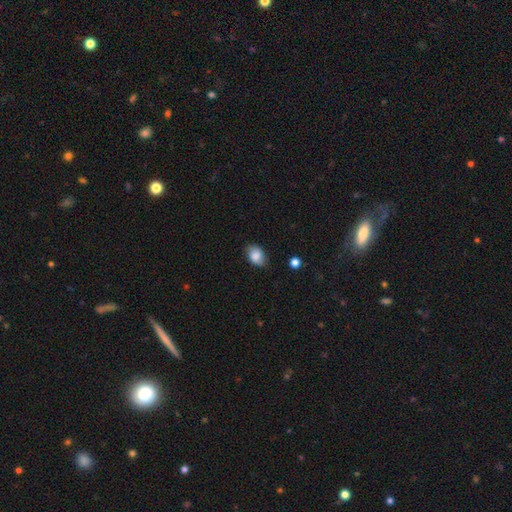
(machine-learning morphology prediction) Smooth or featured?
  - smooth: 81% *
  - featured or disk: 11%
  - star or artifact: 8%
How rounded?
  - in between: 80% *
  - round: 19%
  - cigar-shaped: 1%
Merging?
  - none: 75% *
  - minor disturbance: 19%
  - major disturbance: 4%
  - merger: 2%